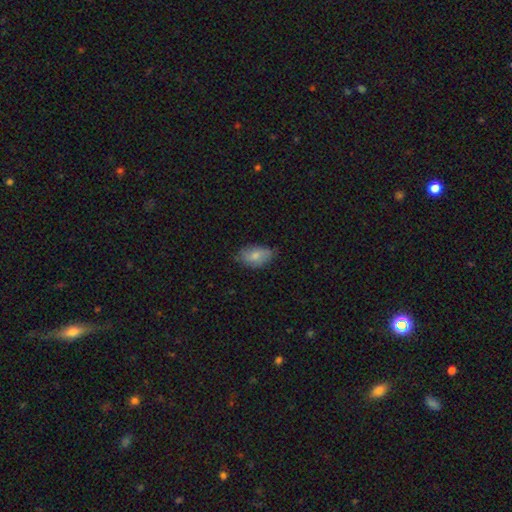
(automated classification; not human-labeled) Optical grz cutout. It shows a smooth galaxy with no disk features (75%) that is in between round and cigar-shaped (92%). Merging: none (70%).